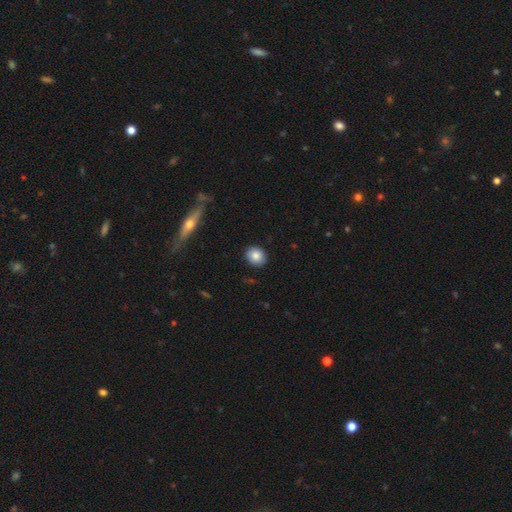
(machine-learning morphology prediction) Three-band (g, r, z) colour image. It shows a smooth galaxy with no disk features (84%) that is round (70%). Merging: none (90%).